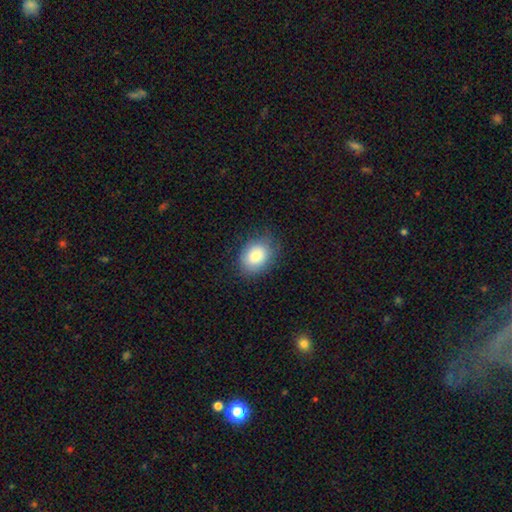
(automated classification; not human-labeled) Q: Smooth or featured?
A: smooth (82%); runner-up: featured or disk (10%)
Q: How rounded?
A: in between (65%); runner-up: round (34%)
Q: Merging?
A: none (79%); runner-up: minor disturbance (15%)